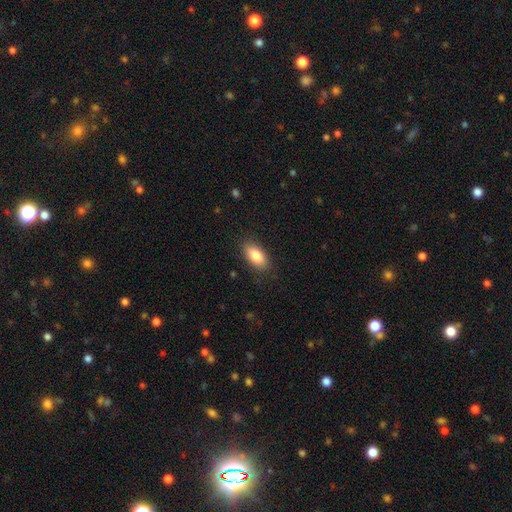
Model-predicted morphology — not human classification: Smooth or featured: smooth — 82% (featured or disk — 11%)
How rounded: in between — 89% (cigar-shaped — 7%)
Merging: none — 86% (minor disturbance — 10%)